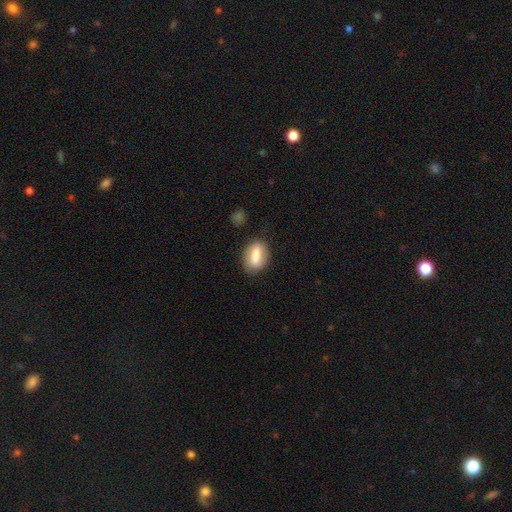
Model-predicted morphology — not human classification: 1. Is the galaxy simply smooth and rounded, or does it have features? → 75% smooth, 18% featured or disk, 7% star or artifact.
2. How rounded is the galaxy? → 80% in between, 11% round, 9% cigar-shaped.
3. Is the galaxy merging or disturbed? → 80% none, 14% minor disturbance, 4% major disturbance, 2% merger.